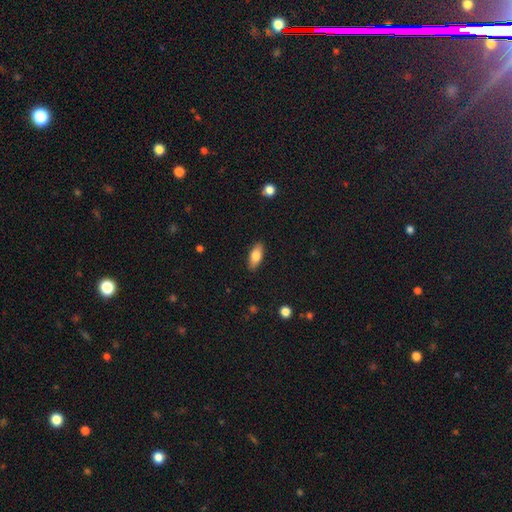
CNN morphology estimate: type=smooth (76%); roundness=in between (82%); merging=none (88%).